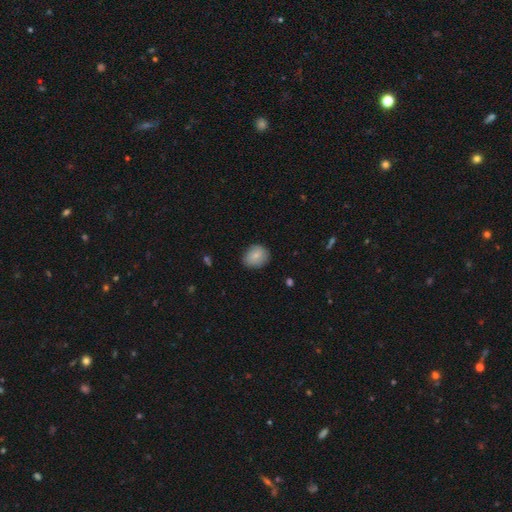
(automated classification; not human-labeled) This is likely a smooth galaxy (79%). How rounded: likely round (67%). Merging: clearly none (82%).